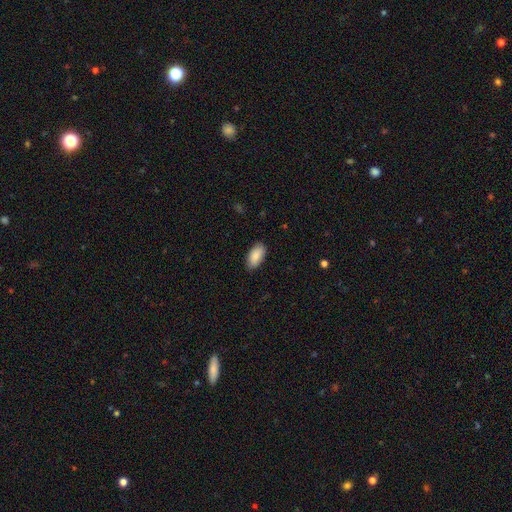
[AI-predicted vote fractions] Morphology: type=smooth (86%); roundness=in between (93%); merging=none (85%).